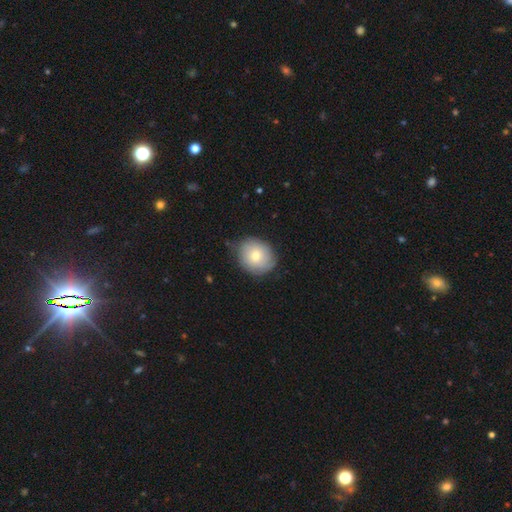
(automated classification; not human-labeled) Overall: smooth (67%). How rounded: round (69%; in between 30%). Merging: none (73%).